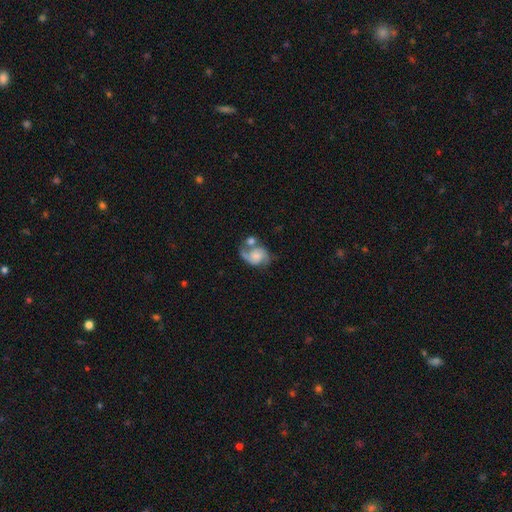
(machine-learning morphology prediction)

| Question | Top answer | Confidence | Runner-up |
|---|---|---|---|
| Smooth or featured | featured or disk | 69% | smooth (24%) |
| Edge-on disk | no | 98% | yes (2%) |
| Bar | no | 70% | weak (26%) |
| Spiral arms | yes | 91% | no (9%) |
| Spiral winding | medium | 46% | loose (34%) |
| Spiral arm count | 2 | 82% | 1 (8%) |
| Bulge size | small | 28% | tied: moderate (28%) |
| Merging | merger | 34% | tied: none (34%) |